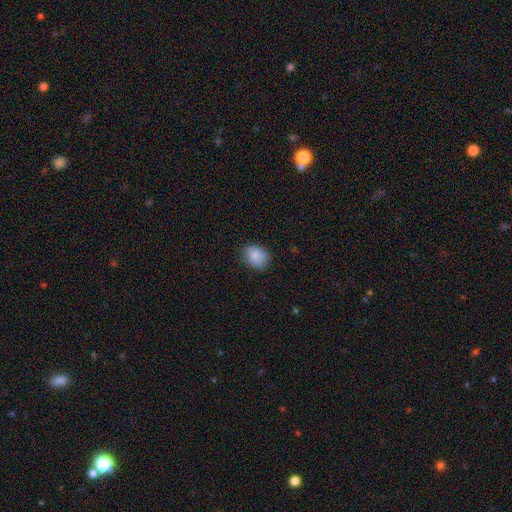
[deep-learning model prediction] Smooth or featured: smooth — 87% (star or artifact — 8%)
How rounded: in between — 58% (round — 41%)
Merging: none — 79% (minor disturbance — 17%)